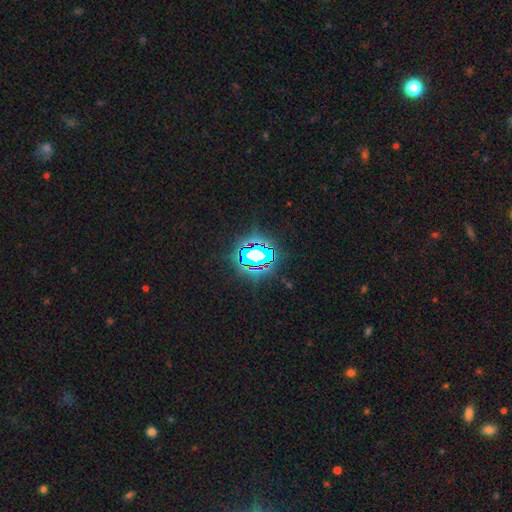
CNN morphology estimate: A star or artifact, not a galaxy (72%).

Vote fractions:
- Smooth or featured? star or artifact: 72% / smooth: 15% / featured or disk: 13%